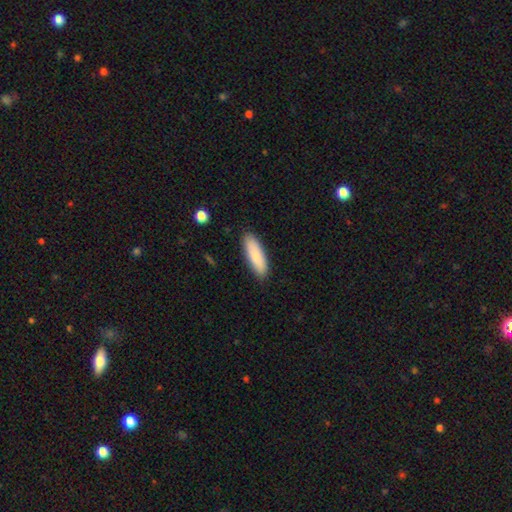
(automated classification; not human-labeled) Morphology: type=smooth (84%); roundness=in between (53%); merging=none (87%).